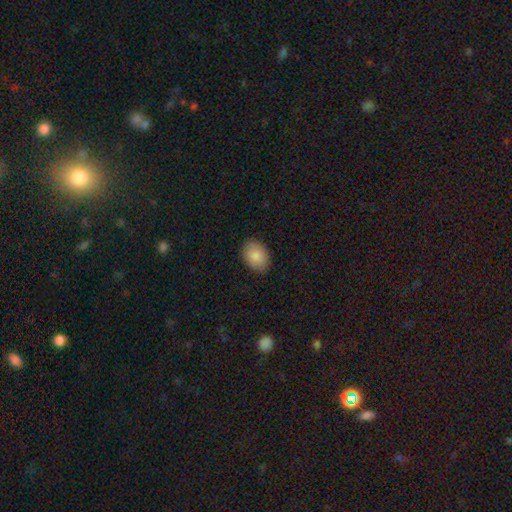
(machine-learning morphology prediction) A smooth galaxy with no disk features (87%) that is in between round and cigar-shaped (79%).

Vote fractions:
- Smooth or featured? smooth: 87% / star or artifact: 6% / featured or disk: 6%
- How rounded? in between: 79% / round: 20% / cigar-shaped: 1%
- Merging? none: 87% / minor disturbance: 10% / major disturbance: 2% / merger: 1%